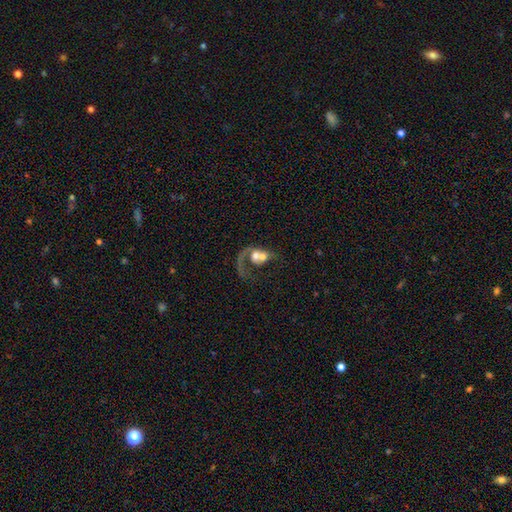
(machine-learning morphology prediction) type=featured or disk (62%); edge-on=no (97%); bar=no (78%); spiral arms=yes (68%); bulge=moderate (47%); merging=merger (63%).